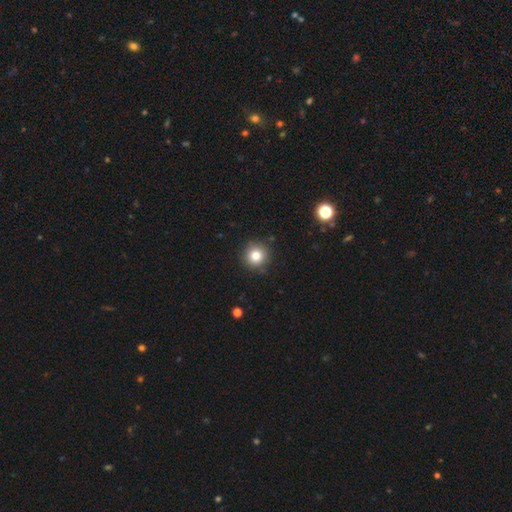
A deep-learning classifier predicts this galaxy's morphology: Smooth or featured: smooth — 81% (star or artifact — 12%)
How rounded: round — 95% (in between — 4%)
Merging: none — 90% (minor disturbance — 7%)